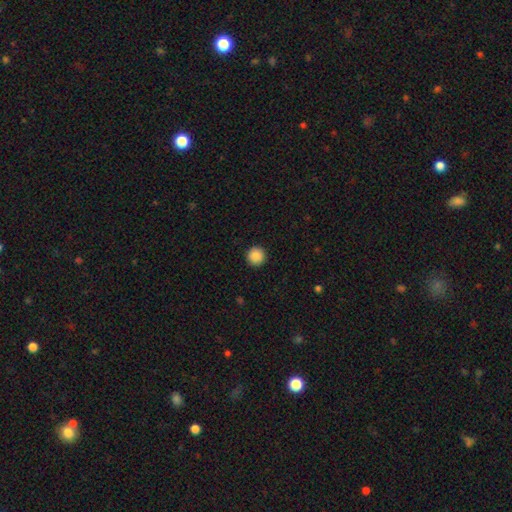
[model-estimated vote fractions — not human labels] This is clearly a smooth galaxy (89%). How rounded: clearly round (96%). Merging: clearly none (93%).